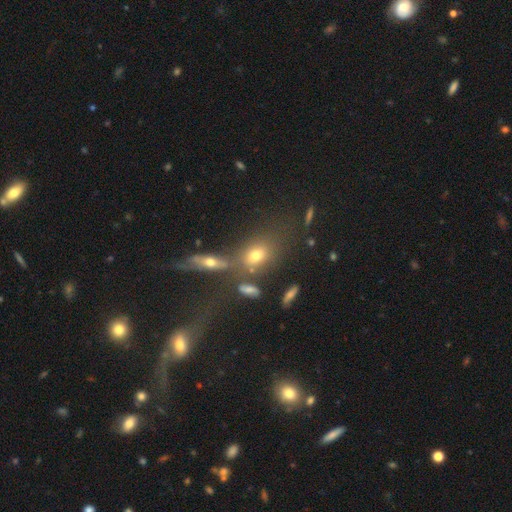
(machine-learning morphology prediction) Smooth or featured? Predicted: smooth (p=0.64). How rounded? Predicted: in between (p=0.63). Merging? Predicted: none (p=0.52).